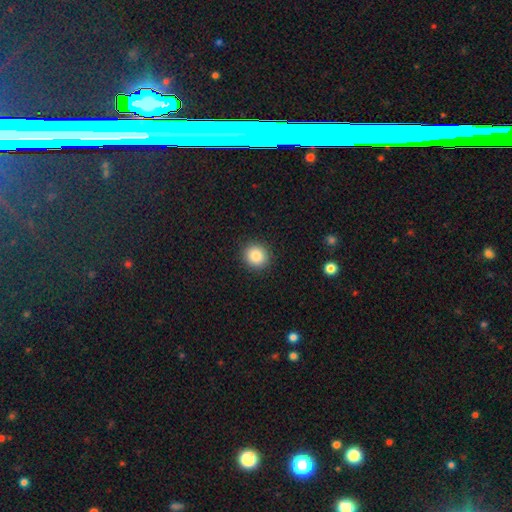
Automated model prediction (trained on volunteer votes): Smooth or featured? smooth (85%)
How rounded? round (89%)
Merging? none (91%)